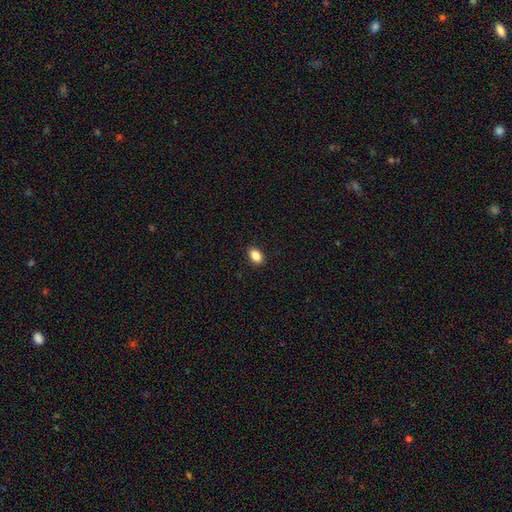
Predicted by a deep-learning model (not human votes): Overall: smooth (87%). How rounded: in between (86%). Merging: none (90%).